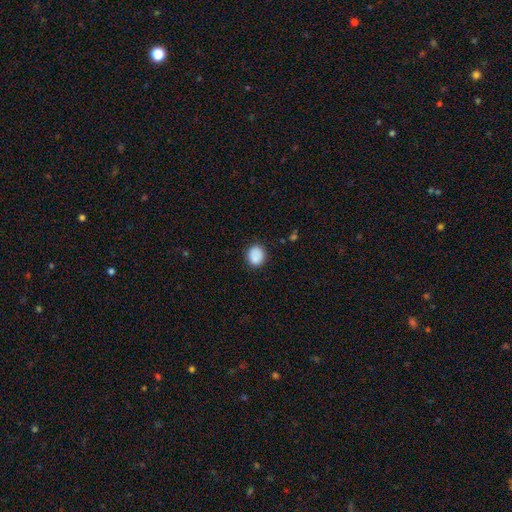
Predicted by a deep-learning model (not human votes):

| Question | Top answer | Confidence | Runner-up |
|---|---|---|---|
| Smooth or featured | smooth | 88% | star or artifact (8%) |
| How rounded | round | 74% | in between (25%) |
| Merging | none | 84% | minor disturbance (11%) |